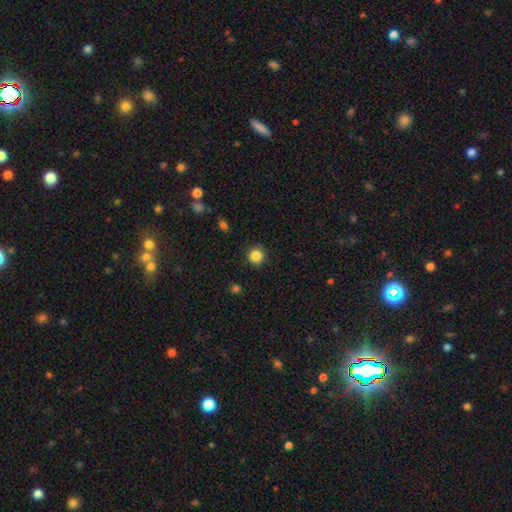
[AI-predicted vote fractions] smooth_or_featured: smooth (p=0.85) [alt: star or artifact p=0.11]
how_rounded: round (p=0.94) [alt: in between p=0.05]
merging: none (p=0.91) [alt: minor disturbance p=0.06]